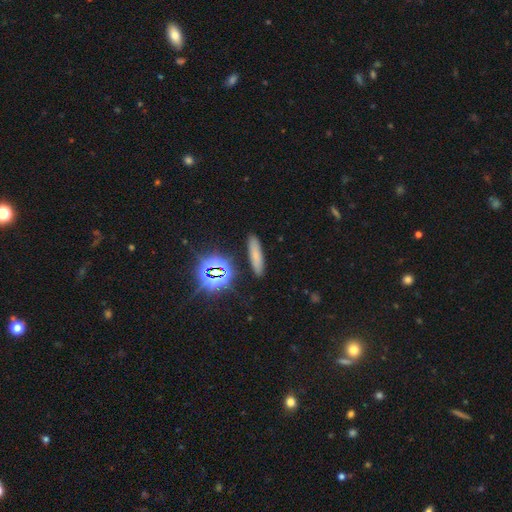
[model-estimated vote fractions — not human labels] A smooth galaxy with no disk features (65%) that is cigar-shaped (77%).

Vote fractions:
- Smooth or featured? smooth: 65% / star or artifact: 22% / featured or disk: 13%
- How rounded? cigar-shaped: 77% / in between: 19% / round: 5%
- Merging? none: 88% / minor disturbance: 8% / major disturbance: 2% / merger: 2%